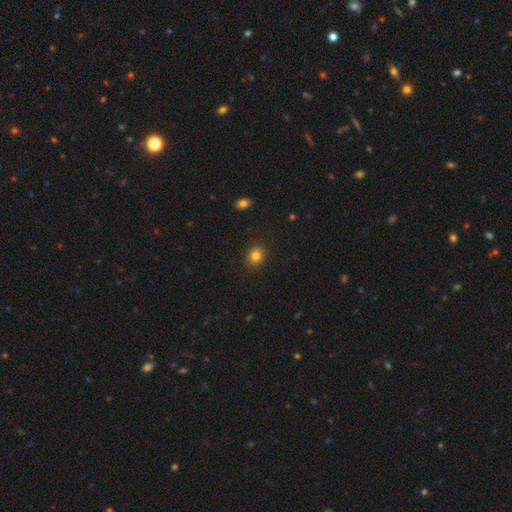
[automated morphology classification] type=smooth (82%); roundness=round (71%); merging=none (90%).